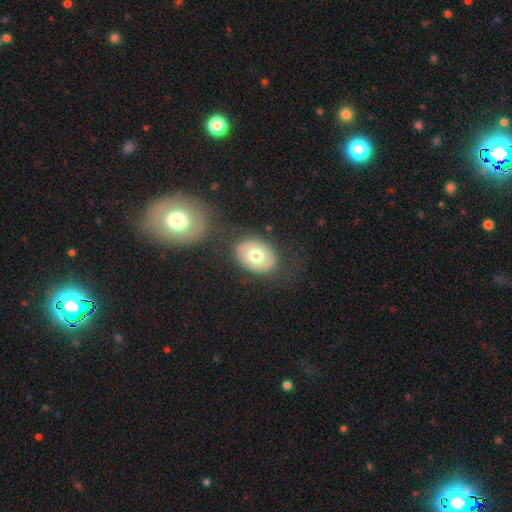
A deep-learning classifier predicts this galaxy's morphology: This is likely a smooth galaxy (65%). How rounded: likely in between (72%). Merging: likely none (78%).